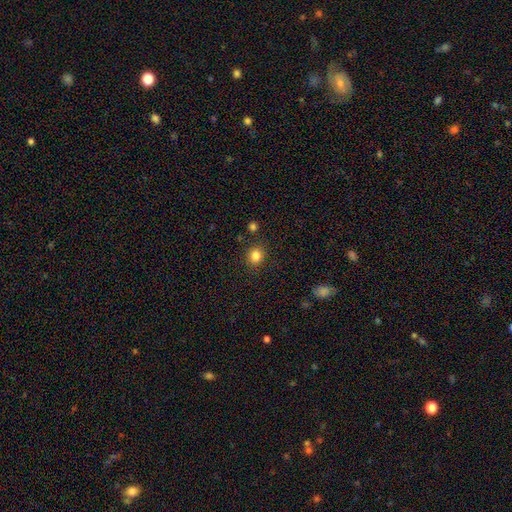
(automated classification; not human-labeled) A smooth galaxy with no disk features (83%) that is round (75%).

Vote fractions:
- Smooth or featured? smooth: 83% / star or artifact: 12% / featured or disk: 5%
- How rounded? round: 75% / in between: 24% / cigar-shaped: 1%
- Merging? none: 86% / minor disturbance: 9% / merger: 3% / major disturbance: 3%